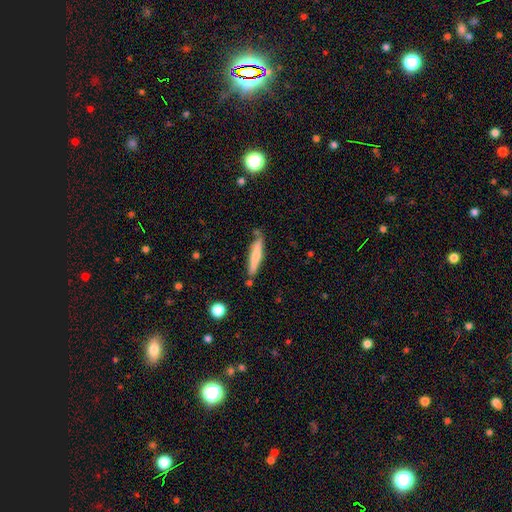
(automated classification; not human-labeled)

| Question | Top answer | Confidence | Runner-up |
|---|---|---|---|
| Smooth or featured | smooth | 63% | featured or disk (32%) |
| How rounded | cigar-shaped | 93% | in between (6%) |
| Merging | none | 78% | minor disturbance (14%) |